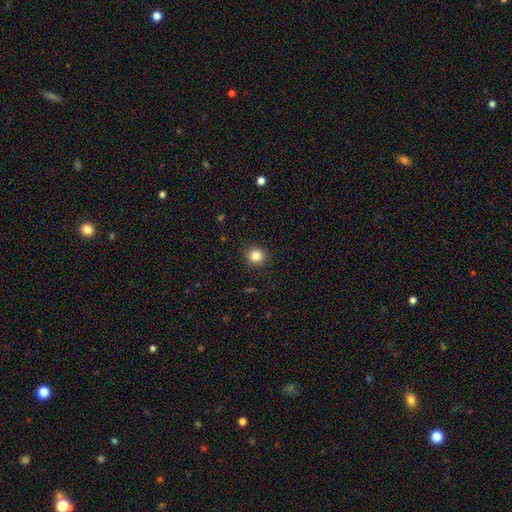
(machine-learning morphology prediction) Smooth or featured: smooth — 84% (star or artifact — 11%)
How rounded: round — 88% (in between — 11%)
Merging: none — 90% (minor disturbance — 7%)